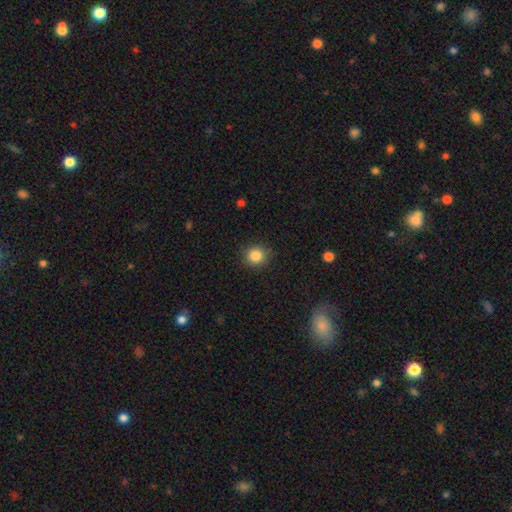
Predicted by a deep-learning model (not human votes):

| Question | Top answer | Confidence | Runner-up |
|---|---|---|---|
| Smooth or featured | smooth | 85% | star or artifact (11%) |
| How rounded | round | 92% | in between (7%) |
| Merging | none | 89% | minor disturbance (8%) |